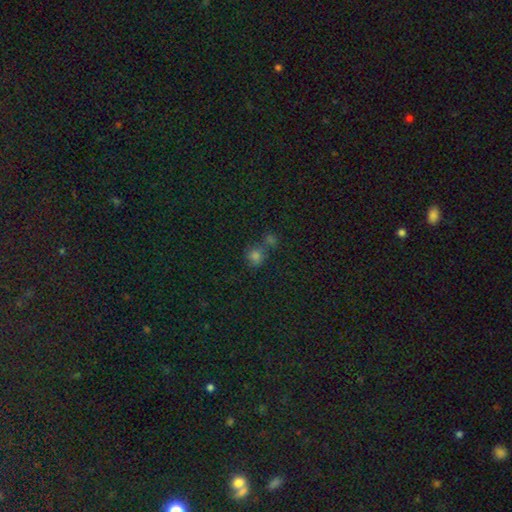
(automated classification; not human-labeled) This is likely a smooth galaxy (71%). How rounded: clearly round (84%). Merging: possibly none (51%).